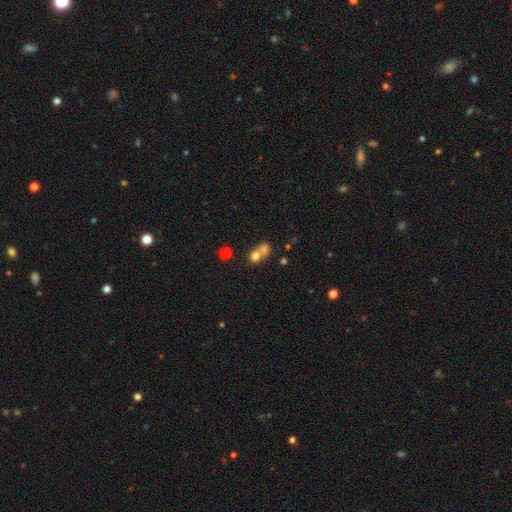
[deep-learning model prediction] A smooth galaxy with no disk features (70%) that is round (66%). Merging: merger (62%).